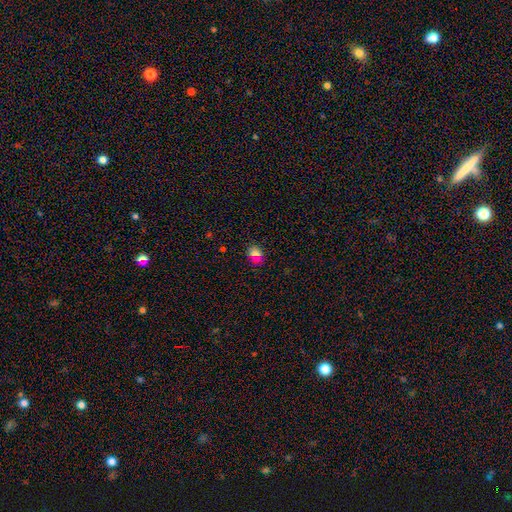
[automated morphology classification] A smooth galaxy with no disk features (71%) that is in between round and cigar-shaped (50%). Merging: none (86%).